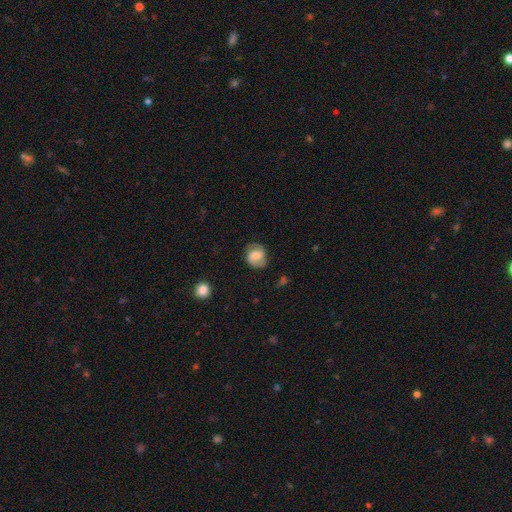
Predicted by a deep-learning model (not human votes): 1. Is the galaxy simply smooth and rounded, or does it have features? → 46% smooth (tied), 46% featured or disk (tied), 8% star or artifact.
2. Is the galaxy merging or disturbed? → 72% none, 20% minor disturbance, 7% major disturbance, 2% merger.